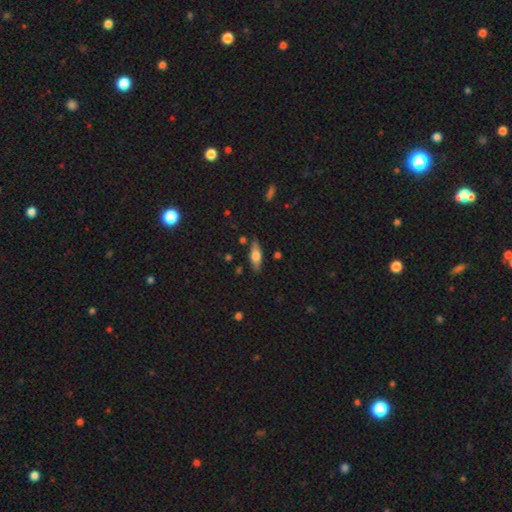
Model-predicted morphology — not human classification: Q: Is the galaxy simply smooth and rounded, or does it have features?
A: smooth — 52%.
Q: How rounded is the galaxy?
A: in between — 54%.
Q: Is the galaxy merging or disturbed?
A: none — 84%.